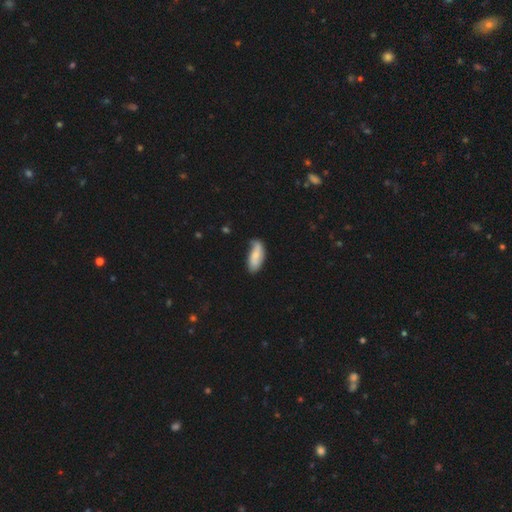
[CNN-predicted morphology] Smooth or featured: smooth — 67% (featured or disk — 27%)
How rounded: in between — 83% (cigar-shaped — 15%)
Merging: none — 51% (minor disturbance — 35%)